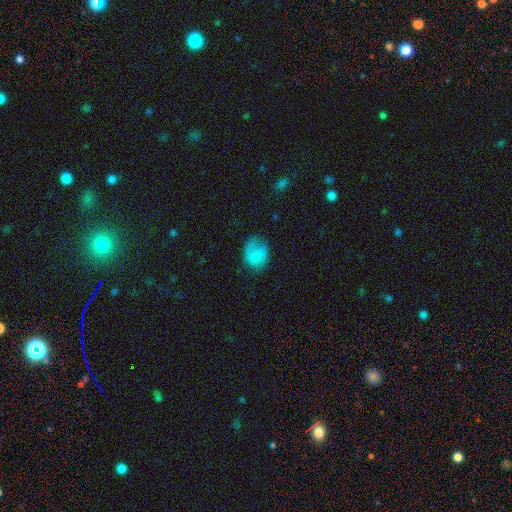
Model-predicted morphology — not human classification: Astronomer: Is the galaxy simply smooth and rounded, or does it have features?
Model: smooth — 74%.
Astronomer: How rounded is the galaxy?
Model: in between — 57% (runner-up: round, 42%).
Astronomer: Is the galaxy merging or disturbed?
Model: none — 48% (runner-up: minor disturbance, 29%).